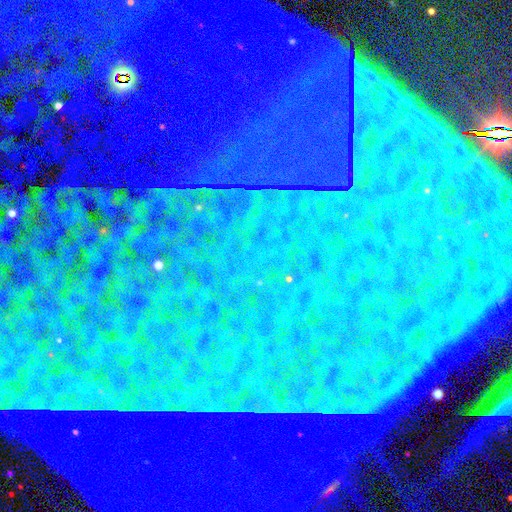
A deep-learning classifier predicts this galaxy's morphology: A star or artifact, not a galaxy (86%).